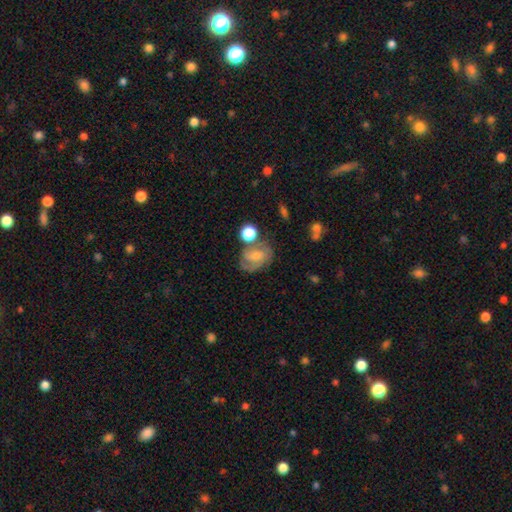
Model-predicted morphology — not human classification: Smooth or featured?
  - featured or disk: 55% *
  - smooth: 36%
  - star or artifact: 9%
Edge-on disk?
  - no: 97% *
  - yes: 3%
Bar?
  - no: 53% *
  - weak: 38%
  - strong: 9%
Spiral arms?
  - yes: 82% *
  - no: 18%
Bulge size?
  - small: 47% *
  - moderate: 34%
  - none: 13%
  - large: 5%
  - dominant: 2%
Merging?
  - none: 48% *
  - minor disturbance: 22%
  - merger: 16%
  - major disturbance: 14%